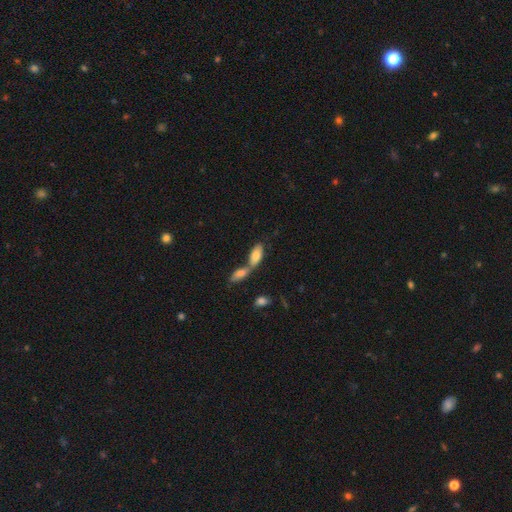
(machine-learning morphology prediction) smooth-or-featured: smooth: 77% | featured or disk: 16% | star or artifact: 7%
  how-rounded: in between: 85% | cigar-shaped: 12% | round: 3%
  merging: merger: 58% | none: 29% | minor disturbance: 9% | major disturbance: 4%